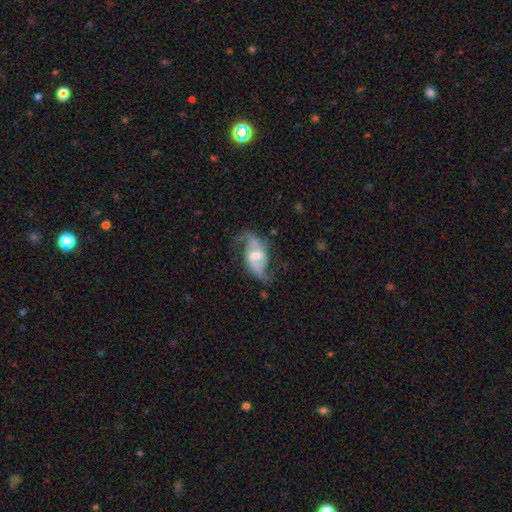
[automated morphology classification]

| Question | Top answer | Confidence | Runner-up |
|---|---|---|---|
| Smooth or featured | featured or disk | 87% | smooth (8%) |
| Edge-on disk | no | 96% | yes (4%) |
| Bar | weak | 48% | no (36%) |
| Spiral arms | yes | 96% | no (4%) |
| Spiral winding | loose | 59% | medium (33%) |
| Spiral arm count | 2 | 92% | can't tell (3%) |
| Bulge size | moderate | 62% | small (25%) |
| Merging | none | 71% | minor disturbance (17%) |